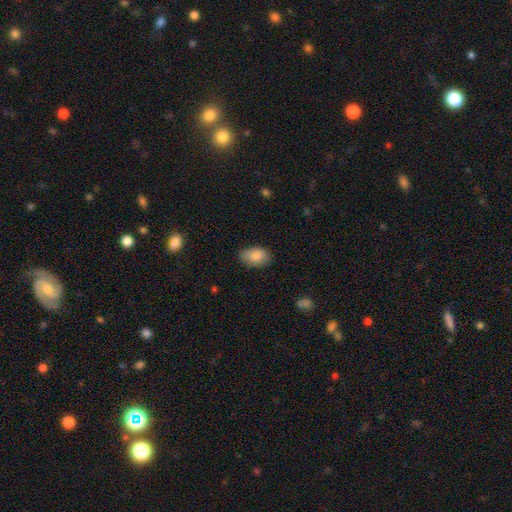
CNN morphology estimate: smooth-or-featured: smooth: 84% | featured or disk: 9% | star or artifact: 7%
  how-rounded: in between: 89% | round: 10% | cigar-shaped: 1%
  merging: none: 81% | minor disturbance: 15% | major disturbance: 3% | merger: 1%